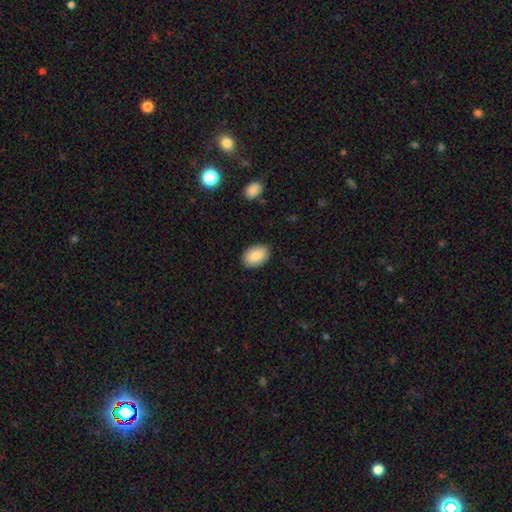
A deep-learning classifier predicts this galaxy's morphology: Smooth or featured?
  - smooth: 87% *
  - featured or disk: 7%
  - star or artifact: 7%
How rounded?
  - in between: 88% *
  - round: 11%
  - cigar-shaped: 1%
Merging?
  - none: 88% *
  - minor disturbance: 9%
  - major disturbance: 2%
  - merger: 1%